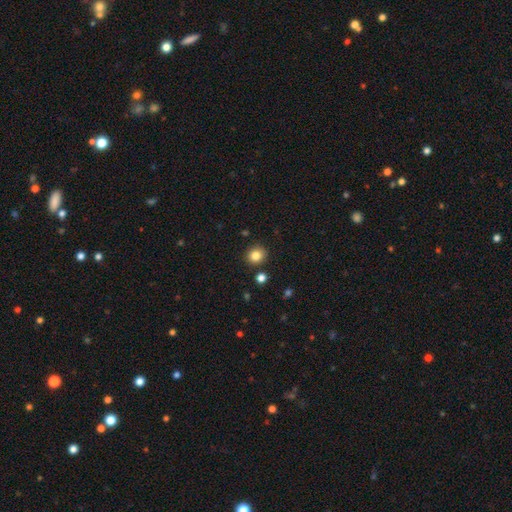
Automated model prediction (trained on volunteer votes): smooth_or_featured: smooth (p=0.83) [alt: star or artifact p=0.11]
how_rounded: round (p=0.85) [alt: in between p=0.14]
merging: none (p=0.87) [alt: minor disturbance p=0.08]